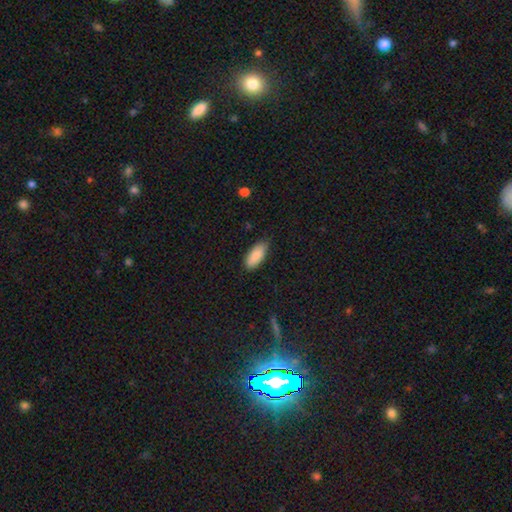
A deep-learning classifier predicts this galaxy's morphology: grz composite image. It shows a smooth galaxy with no disk features (89%) that is in between round and cigar-shaped (85%). Merging: none (80%).